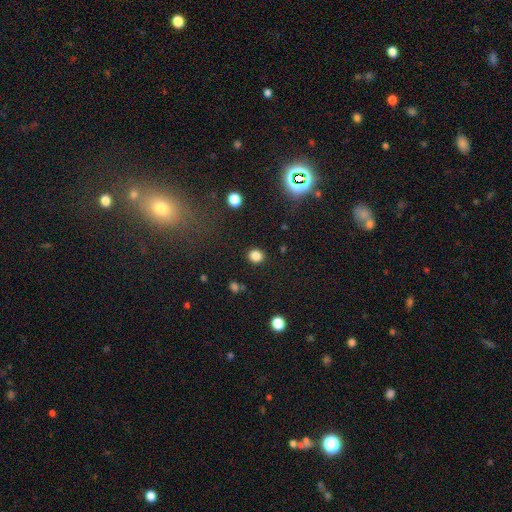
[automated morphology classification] smooth 84%, star or artifact 12%, featured or disk 4%. Down the decision tree: how rounded — round (76%); merging — none (89%).